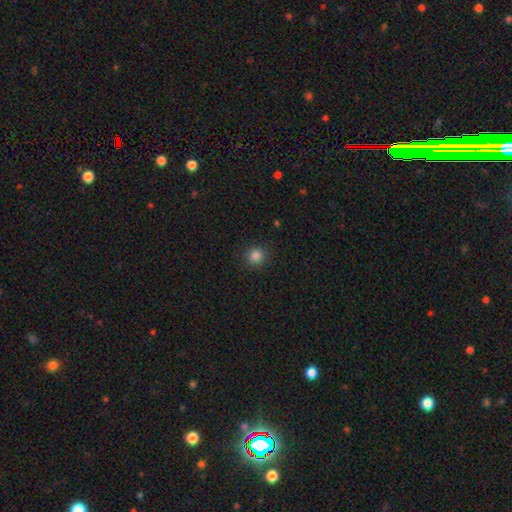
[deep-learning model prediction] Q: Smooth or featured?
A: smooth (84%); runner-up: star or artifact (12%)
Q: How rounded?
A: round (93%); runner-up: in between (6%)
Q: Merging?
A: none (90%); runner-up: minor disturbance (7%)